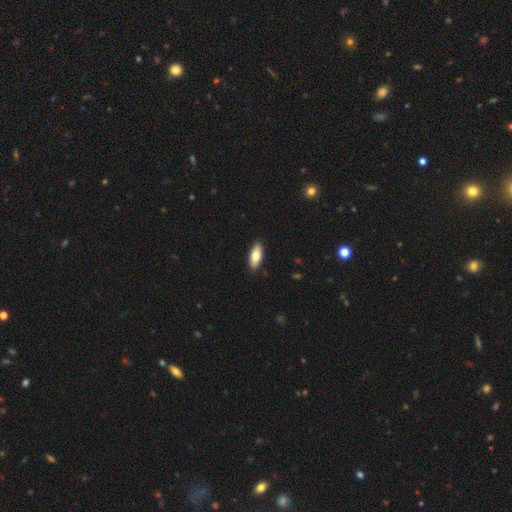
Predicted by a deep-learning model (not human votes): Smooth or featured? Predicted: smooth (p=0.81). How rounded? Predicted: in between (p=0.79). Merging? Predicted: none (p=0.90).